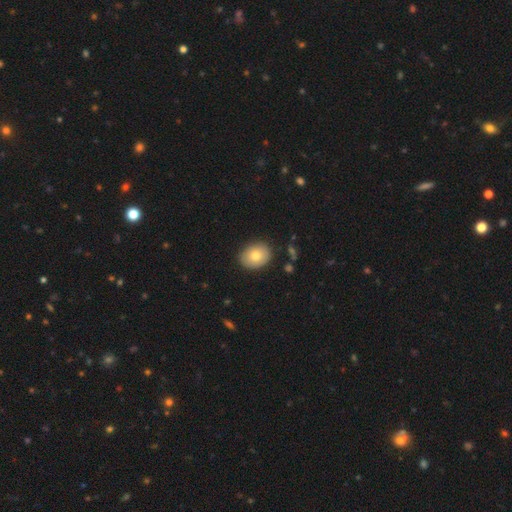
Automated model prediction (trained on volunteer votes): Q: Smooth or featured?
A: smooth (78%); runner-up: featured or disk (14%)
Q: How rounded?
A: in between (59%); runner-up: round (41%)
Q: Merging?
A: none (86%); runner-up: minor disturbance (10%)